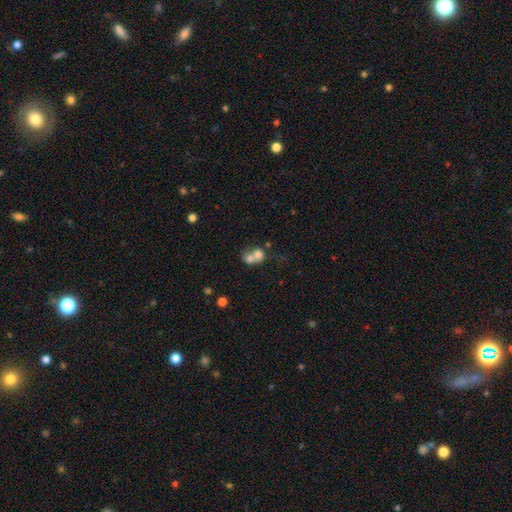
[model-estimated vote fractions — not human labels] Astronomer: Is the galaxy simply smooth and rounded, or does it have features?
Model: smooth — 69%.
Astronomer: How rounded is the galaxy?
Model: round — 68%.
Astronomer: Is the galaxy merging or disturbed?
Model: merger — 70%.